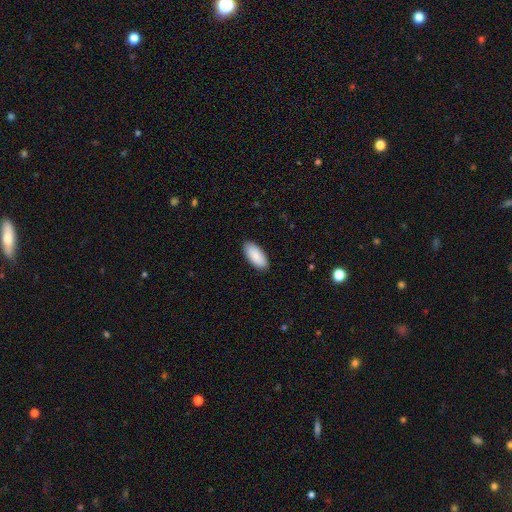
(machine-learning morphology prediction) Smooth or featured?
  - smooth: 88% *
  - featured or disk: 6%
  - star or artifact: 6%
How rounded?
  - in between: 91% *
  - cigar-shaped: 8%
  - round: 2%
Merging?
  - none: 89% *
  - minor disturbance: 8%
  - major disturbance: 2%
  - merger: 1%